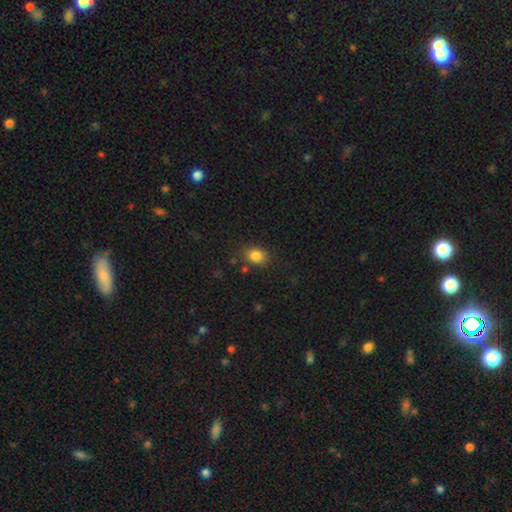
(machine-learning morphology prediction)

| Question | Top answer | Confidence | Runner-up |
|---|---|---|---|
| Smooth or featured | smooth | 84% | star or artifact (10%) |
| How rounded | in between | 64% | round (35%) |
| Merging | none | 80% | minor disturbance (13%) |